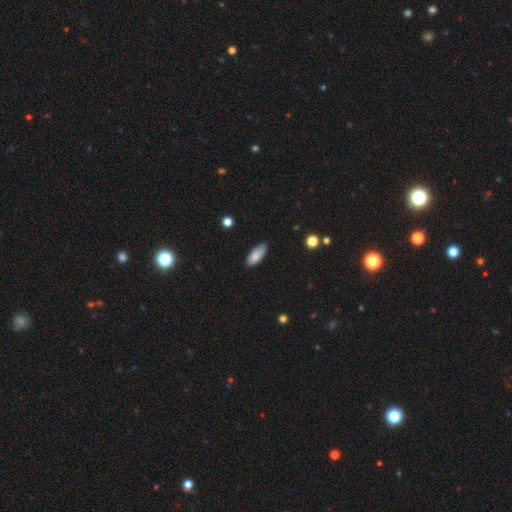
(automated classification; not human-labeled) Morphology: type=smooth (81%); roundness=in between (84%); merging=none (75%).